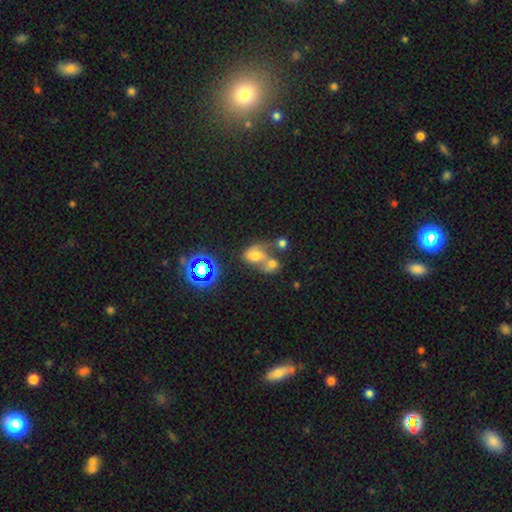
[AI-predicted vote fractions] Overall: smooth (53%; featured or disk 24%). How rounded: in between (65%; round 33%). Merging: merger (63%).